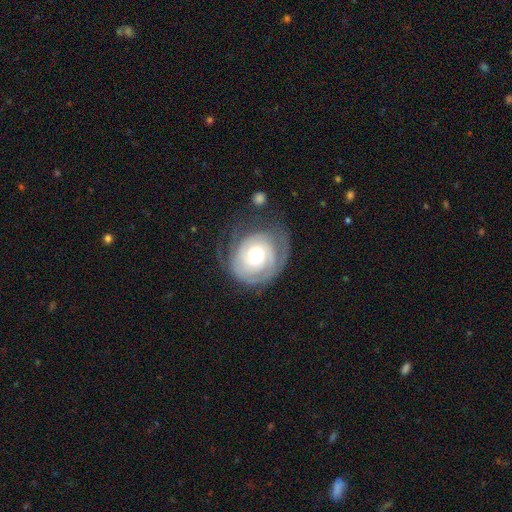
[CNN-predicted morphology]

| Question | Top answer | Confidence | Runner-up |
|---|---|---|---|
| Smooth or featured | featured or disk | 77% | smooth (17%) |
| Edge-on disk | no | 97% | yes (3%) |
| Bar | no | 78% | weak (18%) |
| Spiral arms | yes | 91% | no (9%) |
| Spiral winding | tight | 71% | medium (21%) |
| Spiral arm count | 2 | 35% | can't tell (29%) |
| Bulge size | moderate | 59% | large (23%) |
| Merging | none | 63% | minor disturbance (20%) |